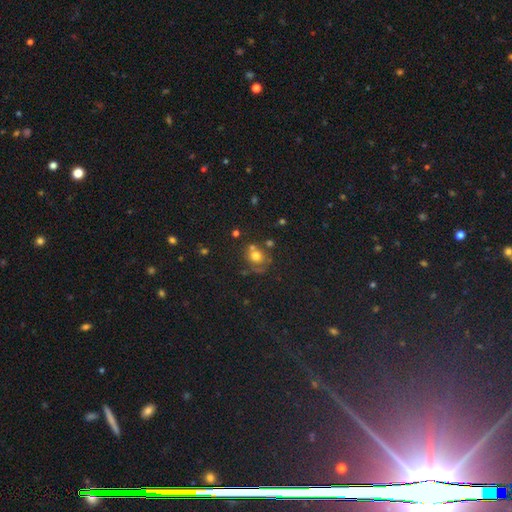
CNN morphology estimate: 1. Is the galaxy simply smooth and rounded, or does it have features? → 68% smooth, 17% star or artifact, 15% featured or disk.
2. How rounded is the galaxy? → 74% round, 25% in between, 1% cigar-shaped.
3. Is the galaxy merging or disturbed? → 51% none, 22% merger, 18% minor disturbance, 9% major disturbance.